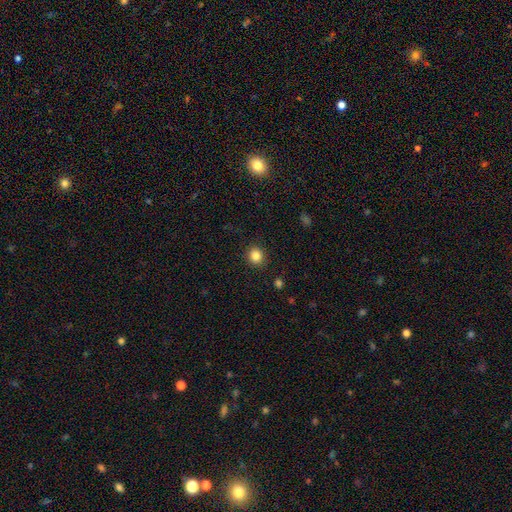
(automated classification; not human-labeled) A smooth galaxy with no disk features (84%) that is round (86%). Merging: none (91%).